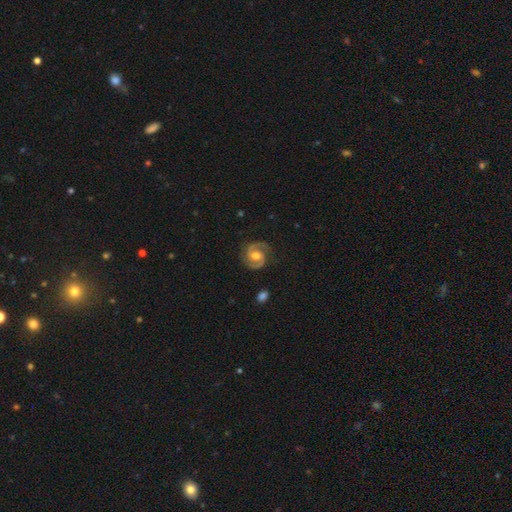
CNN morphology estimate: A featured or disk galaxy (89%) with no bar (45%), 2 (93%) medium (55%) spiral arms (97%) and a moderate central bulge (74%). Merging: none (83%).